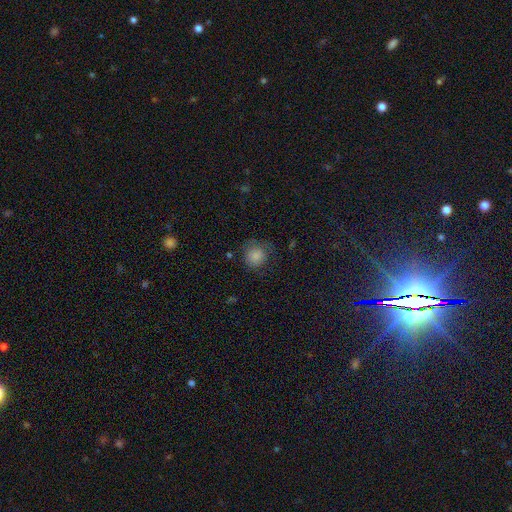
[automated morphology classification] Smooth or featured? Predicted: smooth (p=0.84). How rounded? Predicted: round (p=0.88). Merging? Predicted: none (p=0.66).